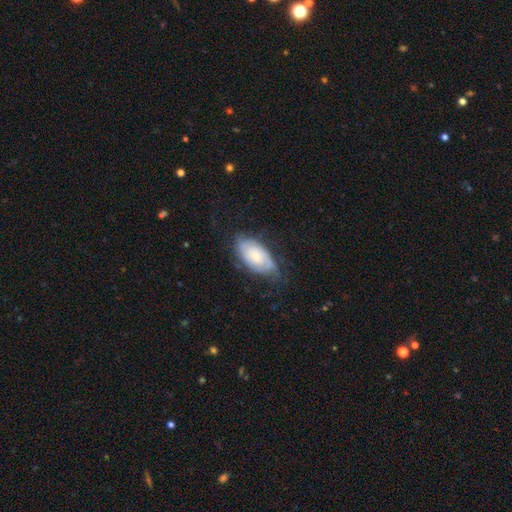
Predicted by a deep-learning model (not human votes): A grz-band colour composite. It shows a featured or disk galaxy (54%) with no bar (74%), spiral arms (82%) and a small central bulge (51%). Merging: none (60%).